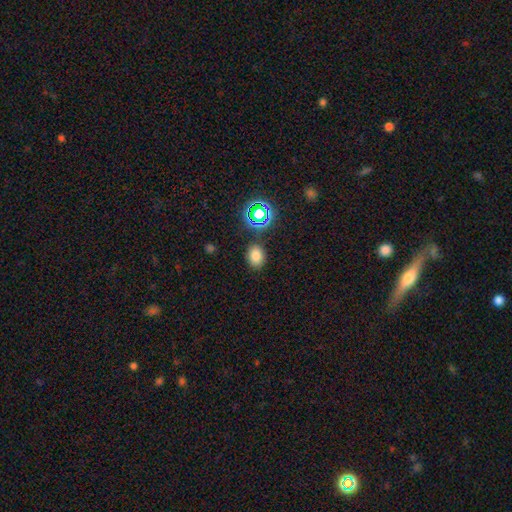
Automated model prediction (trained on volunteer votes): Smooth or featured? smooth (73%)
How rounded? in between (61%)
Merging? none (83%)